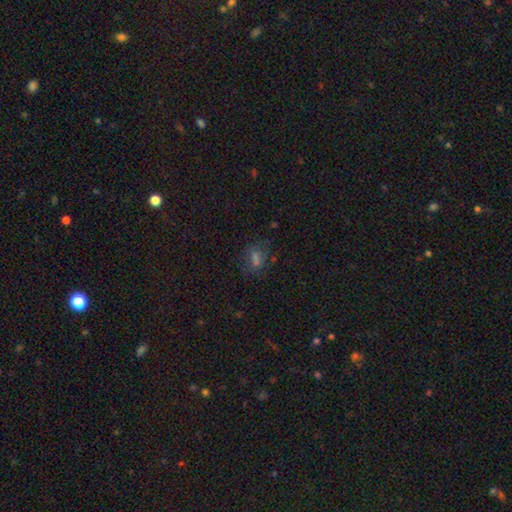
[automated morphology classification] The model was most divided on "smooth or featured": smooth: 50%, star or artifact: 37%, featured or disk: 13%. More confident: merging — none (74%); how rounded — in between (62%).